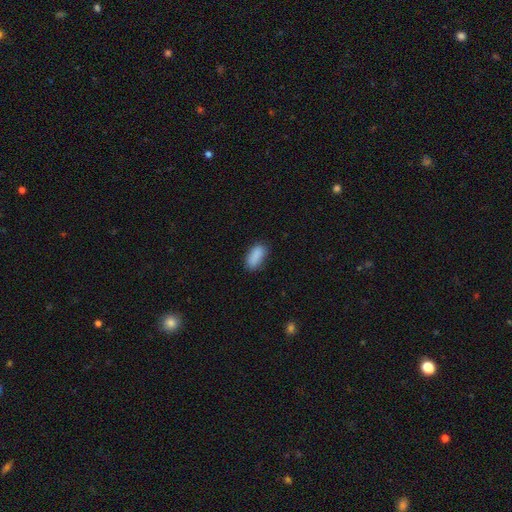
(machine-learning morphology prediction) Smooth or featured: smooth — 88% (star or artifact — 8%)
How rounded: in between — 86% (cigar-shaped — 11%)
Merging: none — 80% (minor disturbance — 16%)